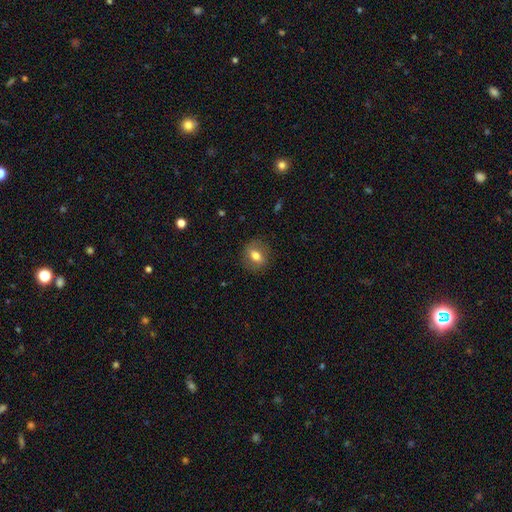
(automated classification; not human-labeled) This is likely a smooth galaxy (68%). How rounded: possibly round (56%). Merging: clearly none (84%).